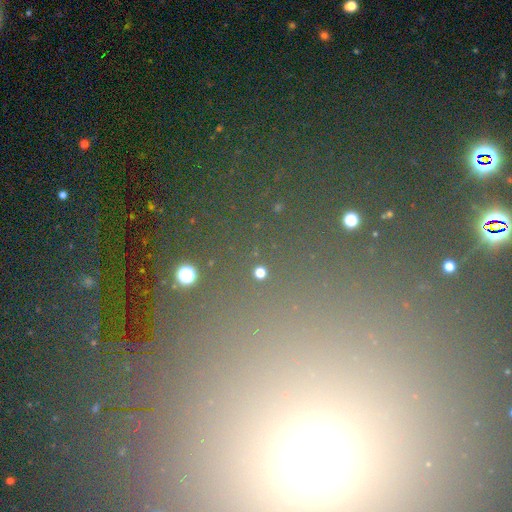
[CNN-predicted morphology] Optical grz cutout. It shows a star or artifact, not a galaxy (65%).